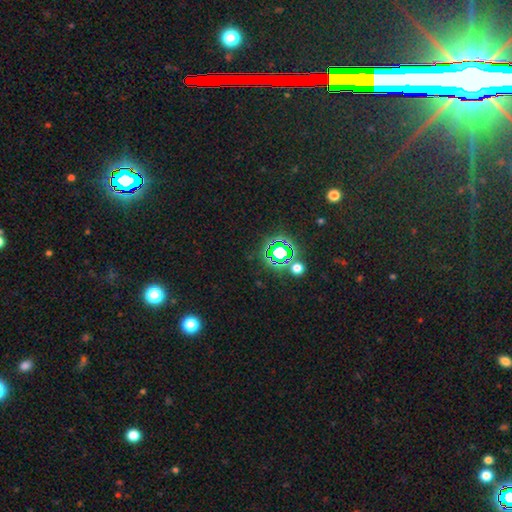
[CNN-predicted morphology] Smooth or featured? Predicted: star or artifact (p=0.74).